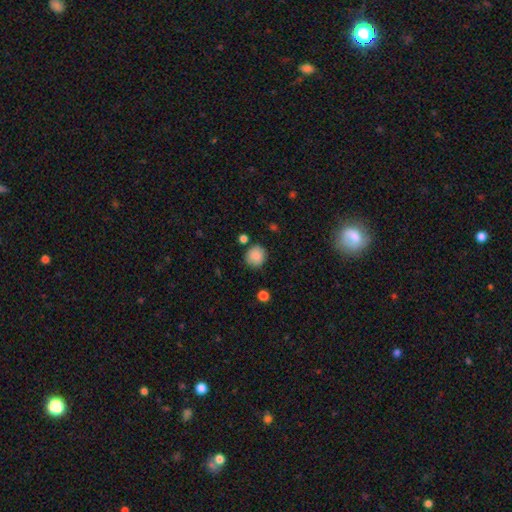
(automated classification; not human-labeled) This is clearly a smooth galaxy (87%). How rounded: clearly round (89%). Merging: clearly none (81%).